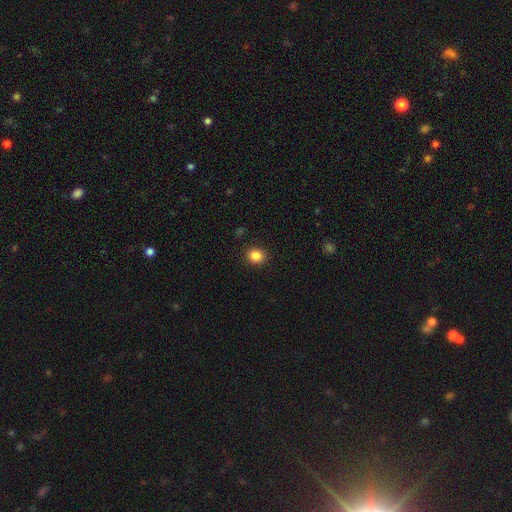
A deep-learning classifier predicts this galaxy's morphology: Smooth or featured? smooth (85%)
How rounded? round (77%)
Merging? none (91%)